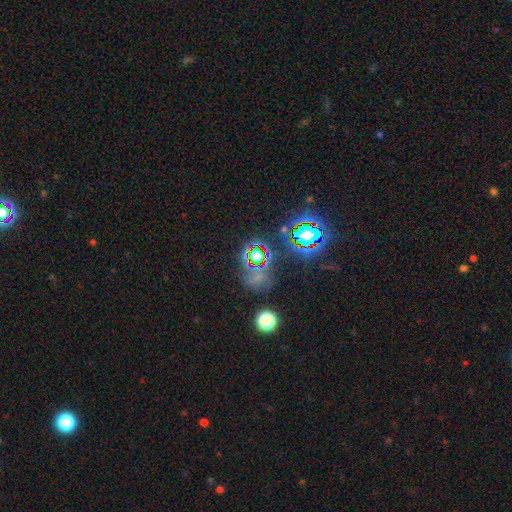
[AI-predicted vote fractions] smooth_or_featured: star or artifact (p=0.63) [alt: smooth p=0.25]